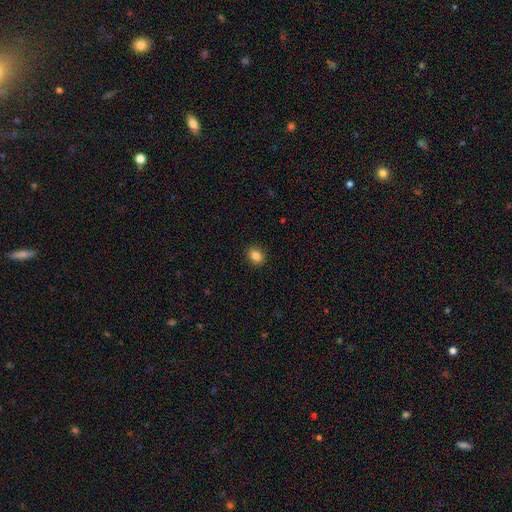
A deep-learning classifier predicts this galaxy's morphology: Smooth or featured? Predicted: smooth (p=0.86). How rounded? Predicted: in between (p=0.56). Merging? Predicted: none (p=0.90).